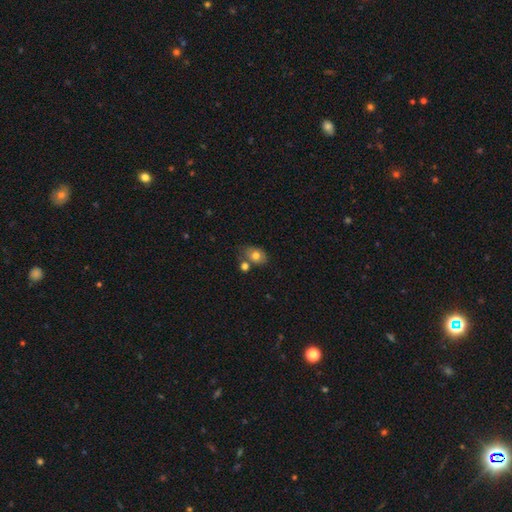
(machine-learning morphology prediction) type=smooth (76%); roundness=in between (68%); merging=none (57%).